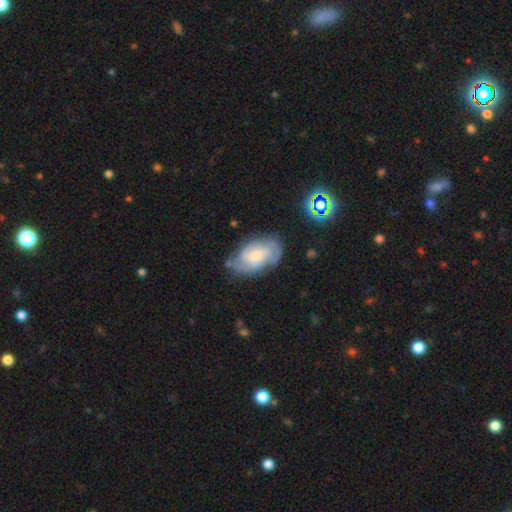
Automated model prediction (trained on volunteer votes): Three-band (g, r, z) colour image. It shows a featured or disk galaxy (76%) with no bar (60%), 2 (38%) tight (51%) spiral arms (94%) and a small central bulge (44%). Merging: none (68%).